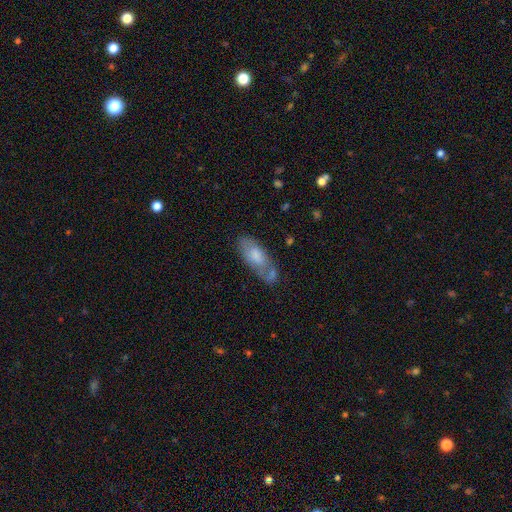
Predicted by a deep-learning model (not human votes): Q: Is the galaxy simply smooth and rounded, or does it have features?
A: smooth — 67%.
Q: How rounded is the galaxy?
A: in between — 80%.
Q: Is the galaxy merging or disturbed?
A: none — 50%.